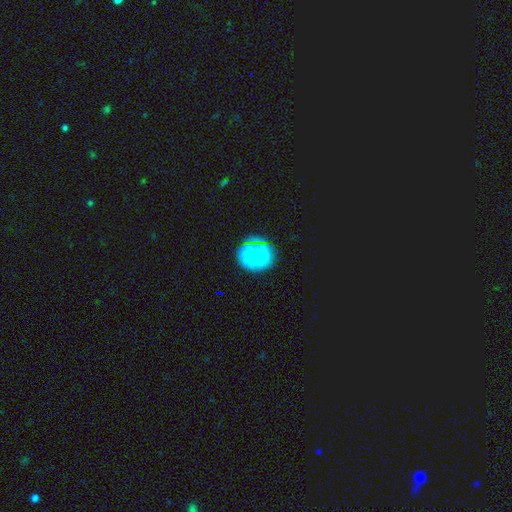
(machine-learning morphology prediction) smooth 51%, featured or disk 40%, star or artifact 10%. Down the decision tree: how rounded — round (79%); merging — none (74%).